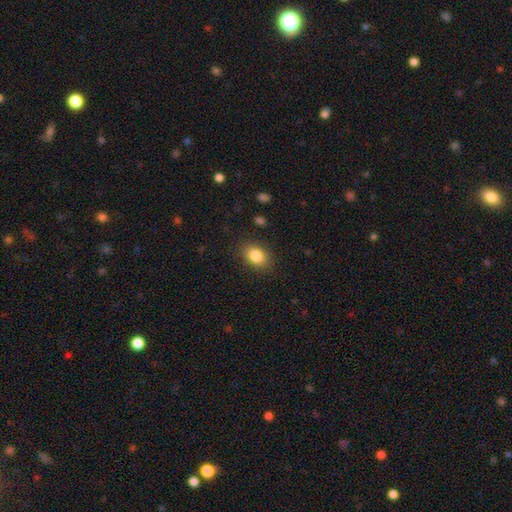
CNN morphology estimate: Overall: smooth (85%). How rounded: in between (72%). Merging: none (86%).